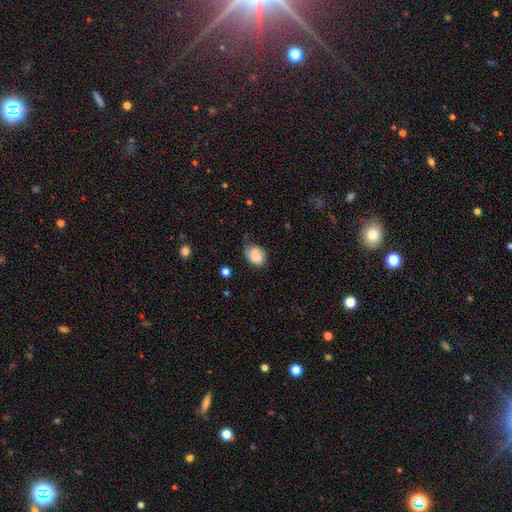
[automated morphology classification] Smooth or featured? smooth (76%)
How rounded? in between (69%)
Merging? none (56%)